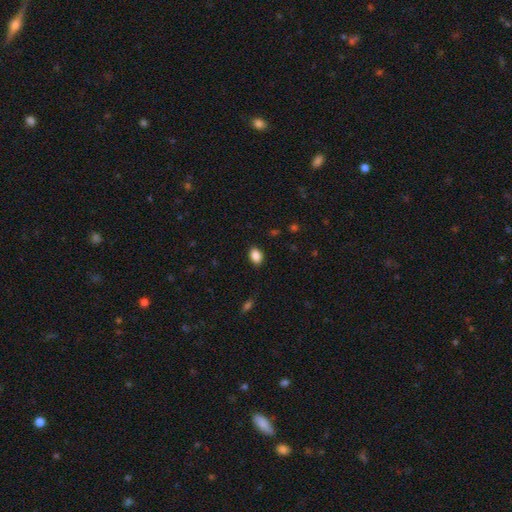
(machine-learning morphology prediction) smooth_or_featured: smooth (p=0.87) [alt: star or artifact p=0.09]
how_rounded: in between (p=0.75) [alt: round p=0.24]
merging: none (p=0.87) [alt: minor disturbance p=0.09]